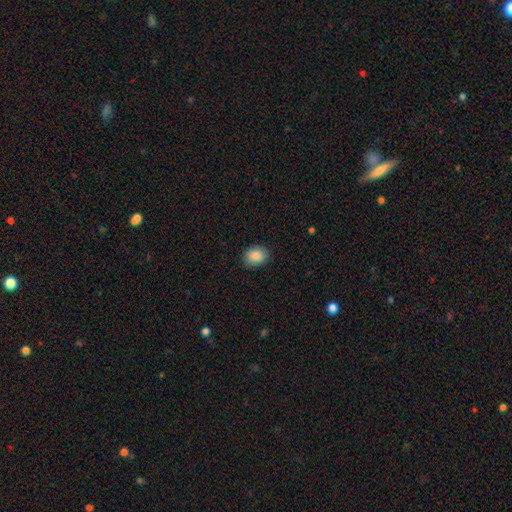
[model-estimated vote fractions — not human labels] This appears to be a smooth galaxy with no disk features (88%) that is in between round and cigar-shaped (63%). Merging: none (87%).